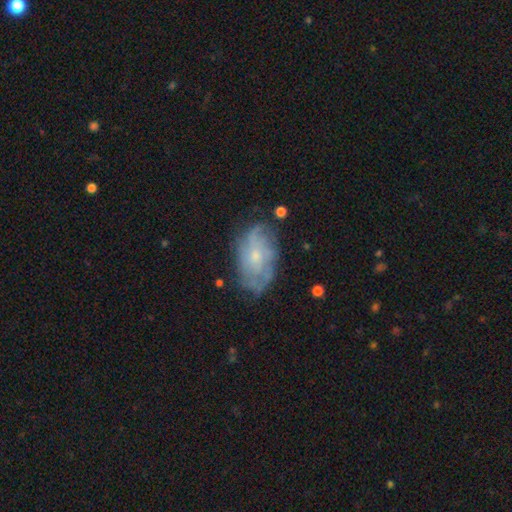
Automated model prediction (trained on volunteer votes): A featured or disk galaxy (67%) with no bar (78%), spiral arms (77%) and a small central bulge (61%).

Vote fractions:
- Smooth or featured? featured or disk: 67% / smooth: 26% / star or artifact: 8%
- Edge-on disk? no: 95% / yes: 5%
- Bar? no: 78% / weak: 20% / strong: 3%
- Spiral arms? yes: 77% / no: 23%
- Bulge size? small: 61% / moderate: 32% / none: 4% / large: 2% / dominant: 1%
- Merging? none: 67% / minor disturbance: 22% / major disturbance: 8% / merger: 2%